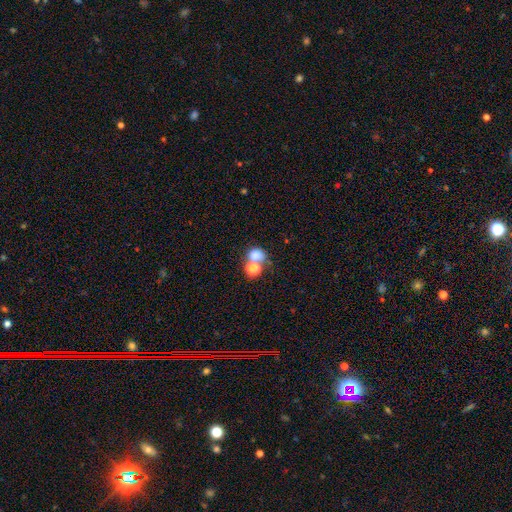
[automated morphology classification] smooth-or-featured: smooth: 74% | star or artifact: 15% | featured or disk: 10%
  how-rounded: round: 61% | in between: 38% | cigar-shaped: 1%
  merging: merger: 48% | none: 37% | minor disturbance: 9% | major disturbance: 7%